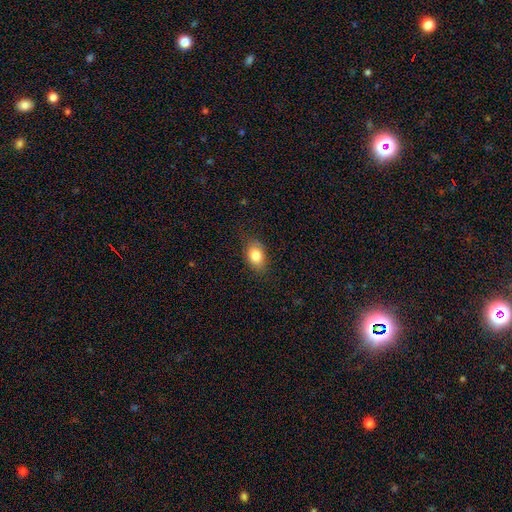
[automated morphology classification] A smooth galaxy with no disk features (82%) that is in between round and cigar-shaped (79%). Merging: none (81%).